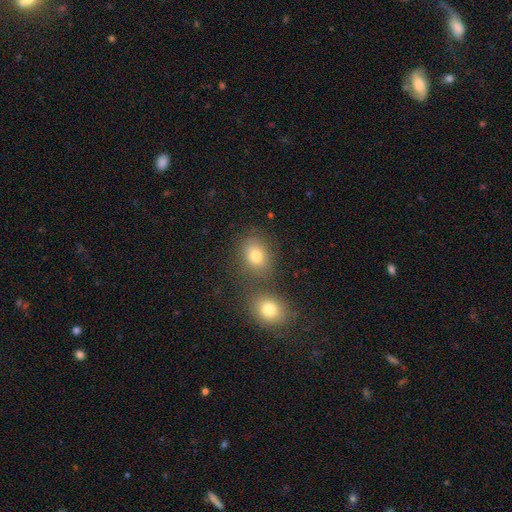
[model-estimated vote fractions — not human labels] This is likely a smooth galaxy (76%). How rounded: possibly in between (57%). Merging: likely none (62%).